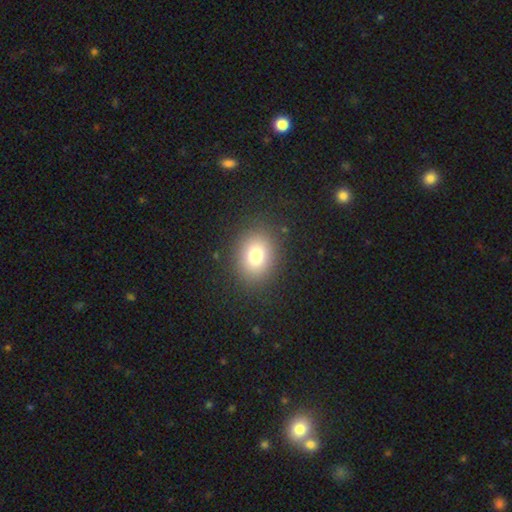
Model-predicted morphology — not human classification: smooth-or-featured: smooth: 78% | star or artifact: 13% | featured or disk: 9%
  how-rounded: round: 53% | in between: 46% | cigar-shaped: 1%
  merging: none: 86% | minor disturbance: 9% | major disturbance: 4% | merger: 1%